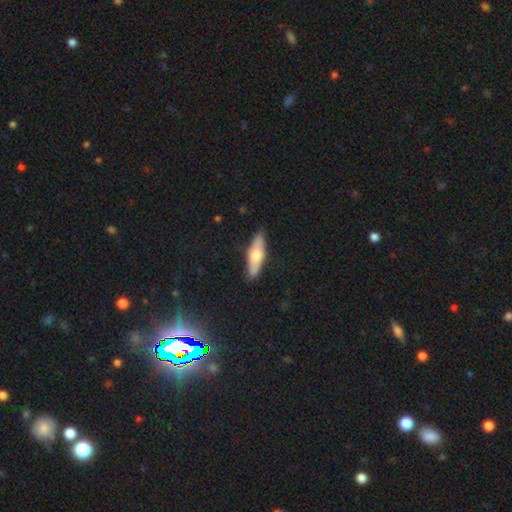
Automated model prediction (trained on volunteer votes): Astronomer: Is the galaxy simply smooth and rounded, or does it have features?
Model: smooth — 58% (runner-up: featured or disk, 37%).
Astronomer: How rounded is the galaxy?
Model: cigar-shaped — 51% (runner-up: in between, 47%).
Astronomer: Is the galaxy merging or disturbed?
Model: none — 83%.